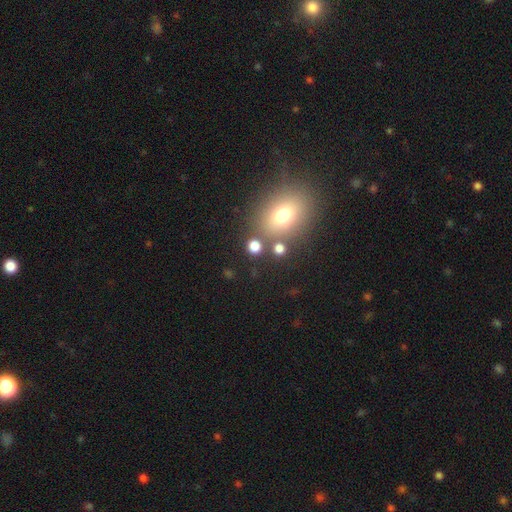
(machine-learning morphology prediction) Smooth or featured? smooth (61%)
How rounded? in between (50%)
Merging? none (77%)